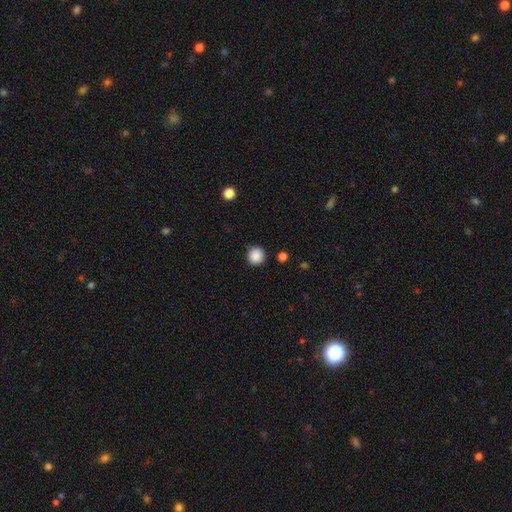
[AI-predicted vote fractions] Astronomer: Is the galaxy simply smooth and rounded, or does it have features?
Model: smooth — 88%.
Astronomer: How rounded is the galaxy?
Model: round — 94%.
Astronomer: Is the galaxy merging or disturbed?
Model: none — 91%.